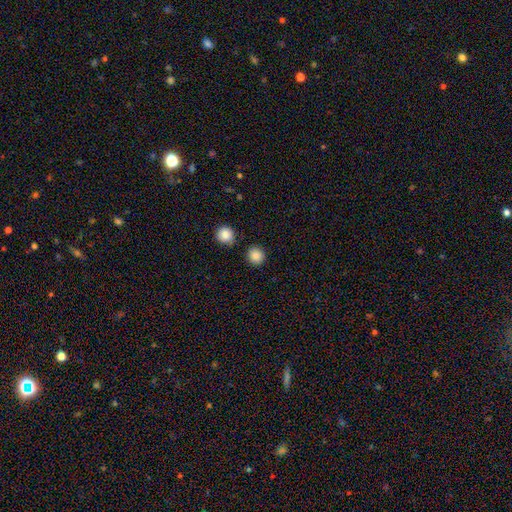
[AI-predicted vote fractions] A smooth galaxy with no disk features (86%) that is round (91%). Merging: none (88%).